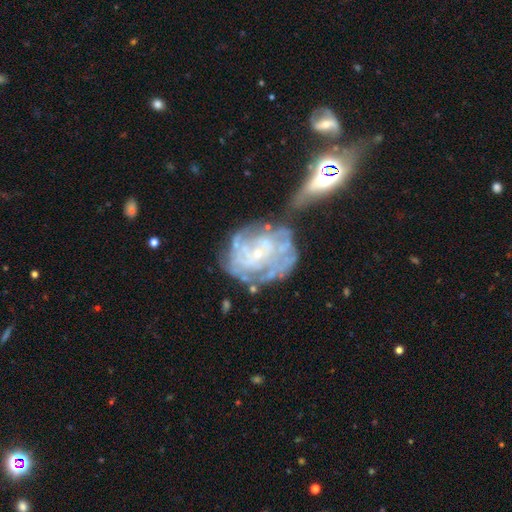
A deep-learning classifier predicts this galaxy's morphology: smooth_or_featured: featured or disk (p=0.77) [alt: smooth p=0.13]
disk_edge_on: no (p=0.97) [alt: yes p=0.03]
bar: no (p=0.71) [alt: weak p=0.22]
has_spiral_arms: yes (p=0.78) [alt: no p=0.22]
spiral_winding: tight (p=0.64) [alt: medium p=0.26]
spiral_arm_count: can't tell (p=0.53) [alt: 2 p=0.14]
bulge_size: small (p=0.79) [alt: moderate p=0.14]
merging: none (p=0.40) [alt: merger p=0.22]